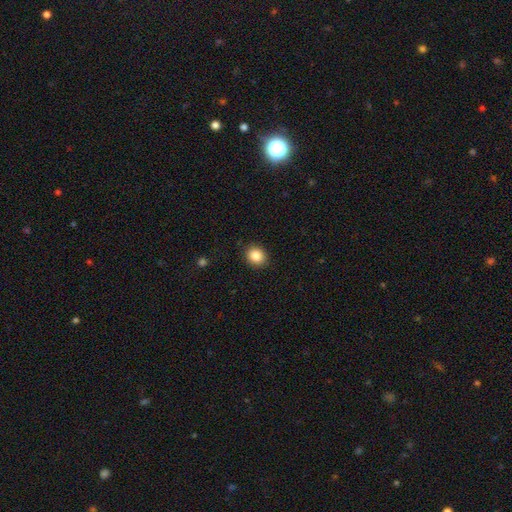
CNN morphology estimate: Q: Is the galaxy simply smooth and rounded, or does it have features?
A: smooth — 85%.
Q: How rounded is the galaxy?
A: round — 73%.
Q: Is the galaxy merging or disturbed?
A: none — 90%.